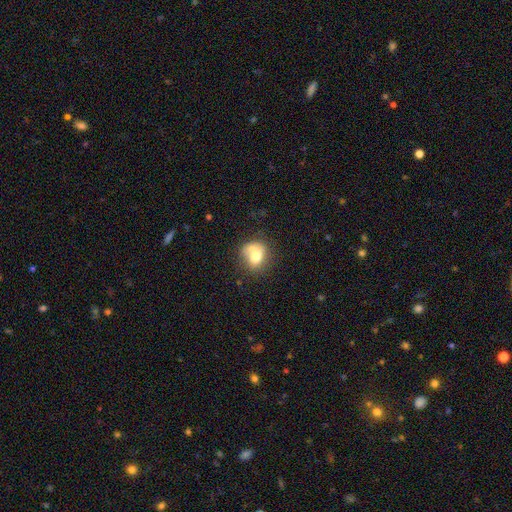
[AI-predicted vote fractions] smooth_or_featured: smooth (p=0.69) [alt: featured or disk p=0.21]
how_rounded: round (p=0.61) [alt: in between p=0.38]
merging: none (p=0.39) [alt: merger p=0.32]